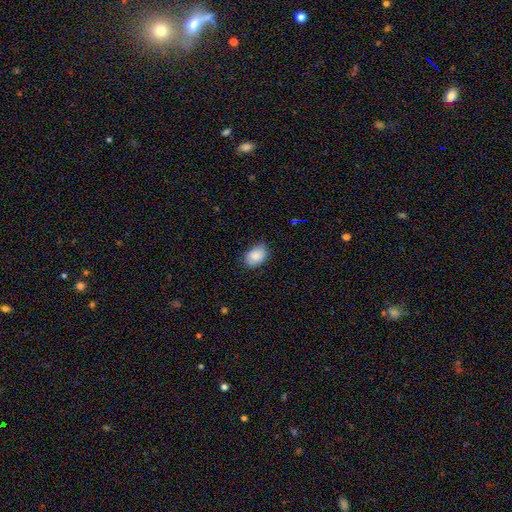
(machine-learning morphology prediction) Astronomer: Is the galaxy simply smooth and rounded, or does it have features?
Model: smooth — 86%.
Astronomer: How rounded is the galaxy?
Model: in between — 82%.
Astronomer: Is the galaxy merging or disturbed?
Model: none — 77%.